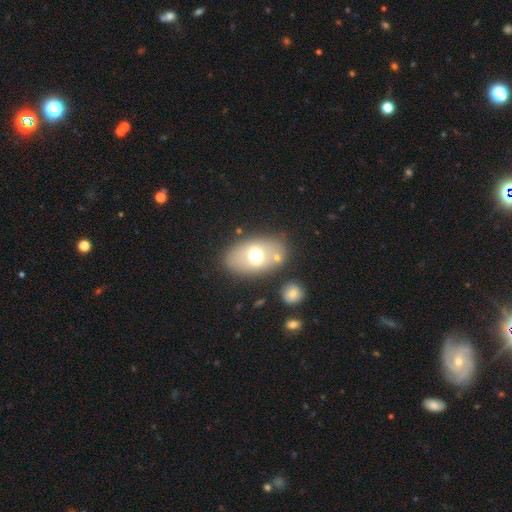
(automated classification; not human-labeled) This is likely a smooth galaxy (62%). How rounded: clearly in between (84%). Merging: likely none (76%).